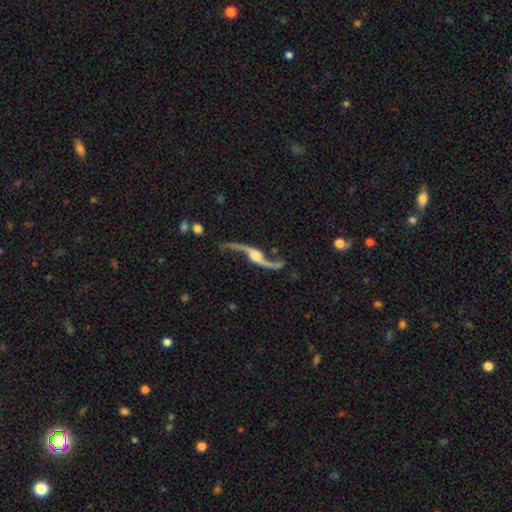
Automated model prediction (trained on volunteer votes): A featured or disk galaxy (92%) with no bar (57%), 2 (94%) loose (94%) spiral arms (97%) and a moderate central bulge (55%). Merging: none (73%).